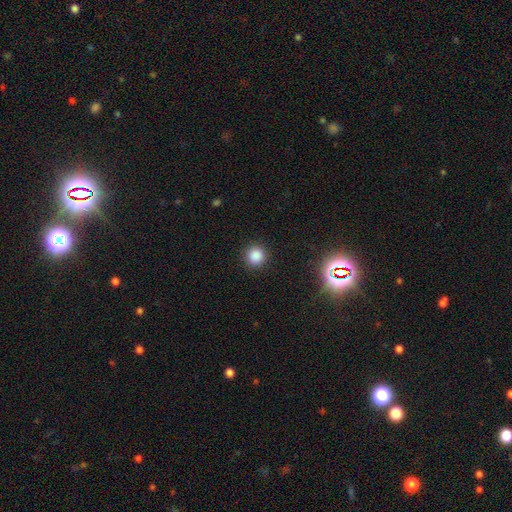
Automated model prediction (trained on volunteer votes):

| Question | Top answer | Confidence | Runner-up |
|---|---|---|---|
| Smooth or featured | smooth | 85% | star or artifact (12%) |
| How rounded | round | 94% | in between (5%) |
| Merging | none | 91% | minor disturbance (6%) |